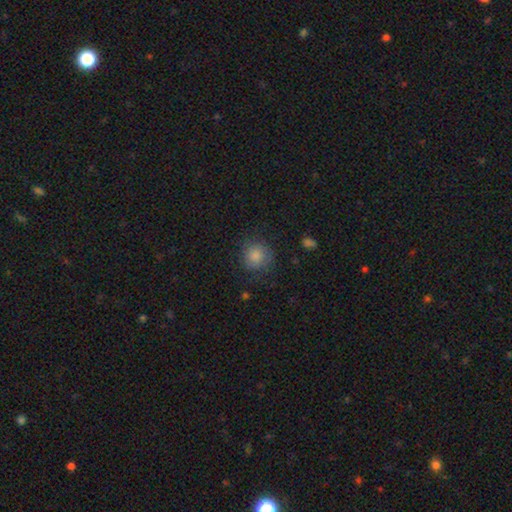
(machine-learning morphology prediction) smooth_or_featured: smooth (p=0.84) [alt: star or artifact p=0.09]
how_rounded: round (p=0.88) [alt: in between p=0.11]
merging: none (p=0.78) [alt: minor disturbance p=0.15]